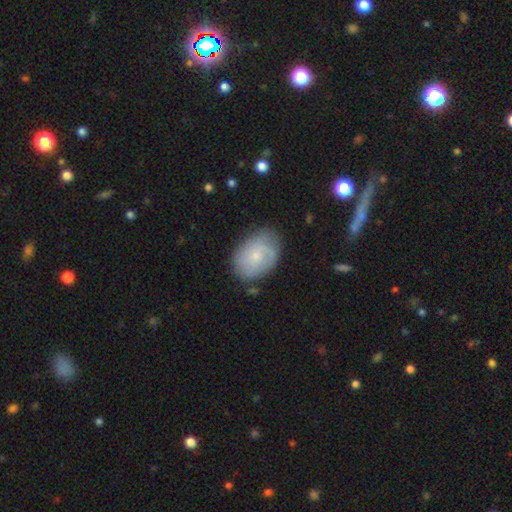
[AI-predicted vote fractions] Smooth or featured: smooth — 52% (featured or disk — 41%)
How rounded: in between — 74% (round — 25%)
Merging: none — 67% (minor disturbance — 24%)